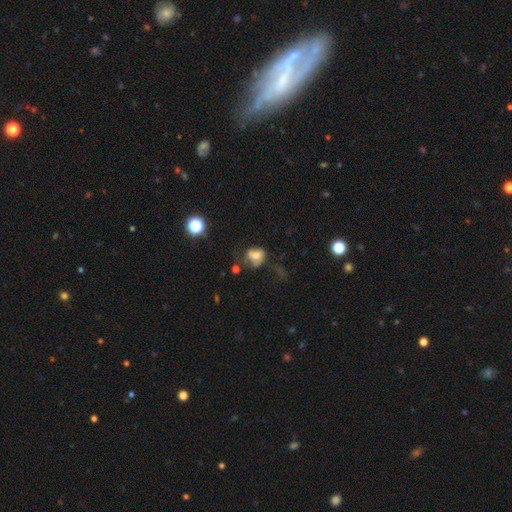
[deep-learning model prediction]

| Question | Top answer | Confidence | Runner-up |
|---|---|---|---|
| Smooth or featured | smooth | 61% | featured or disk (26%) |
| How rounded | round | 52% | in between (47%) |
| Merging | none | 35% | minor disturbance (29%) |